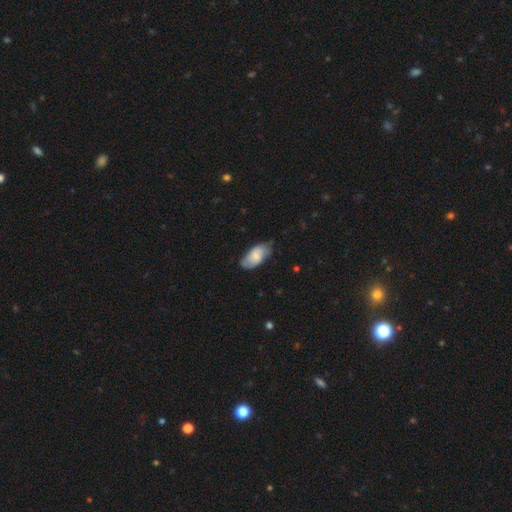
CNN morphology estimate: Smooth or featured? Predicted: smooth (p=0.68). How rounded? Predicted: in between (p=0.93). Merging? Predicted: none (p=0.62).